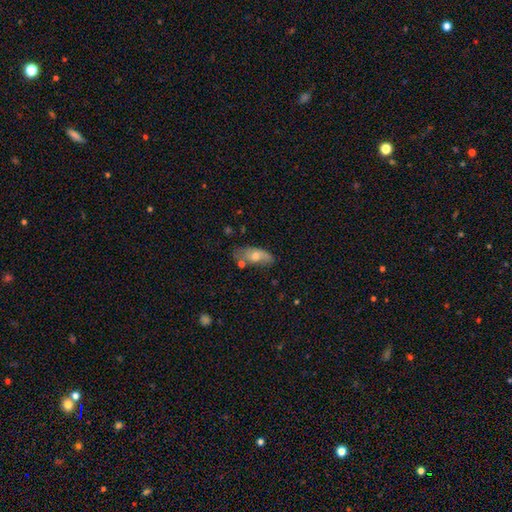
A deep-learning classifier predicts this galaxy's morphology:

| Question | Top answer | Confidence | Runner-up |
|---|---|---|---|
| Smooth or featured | smooth | 52% | featured or disk (40%) |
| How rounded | in between | 82% | cigar-shaped (14%) |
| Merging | none | 60% | minor disturbance (25%) |